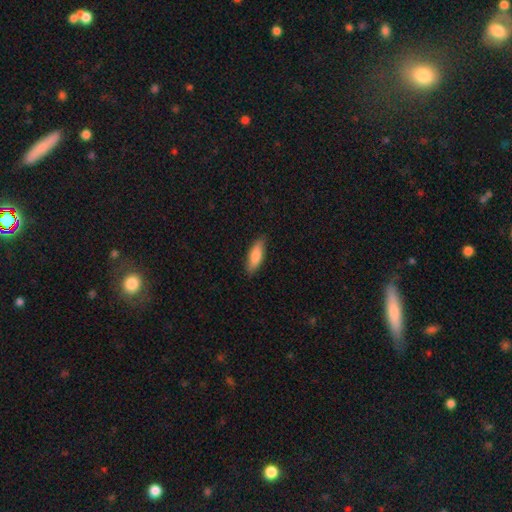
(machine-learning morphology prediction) Smooth or featured: smooth — 85% (featured or disk — 10%)
How rounded: in between — 63% (cigar-shaped — 35%)
Merging: none — 85% (minor disturbance — 12%)